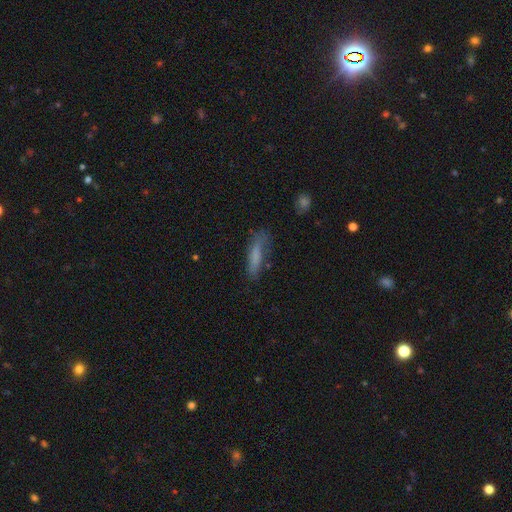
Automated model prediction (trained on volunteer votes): Morphology: type=smooth (71%); roundness=cigar-shaped (75%); merging=none (63%).